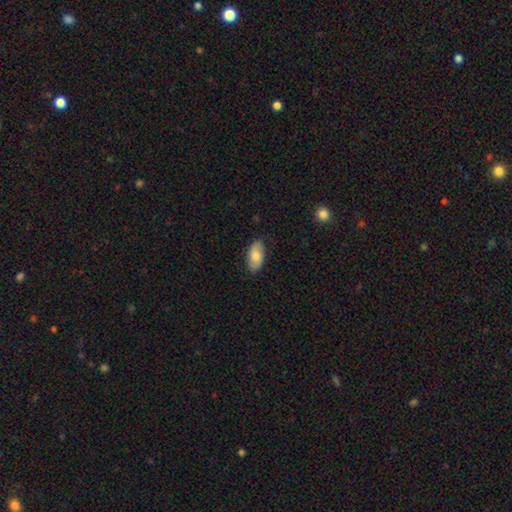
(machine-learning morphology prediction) Smooth or featured?
  - smooth: 80% *
  - featured or disk: 14%
  - star or artifact: 6%
How rounded?
  - in between: 94% *
  - cigar-shaped: 4%
  - round: 2%
Merging?
  - none: 83% *
  - minor disturbance: 14%
  - major disturbance: 2%
  - merger: 1%